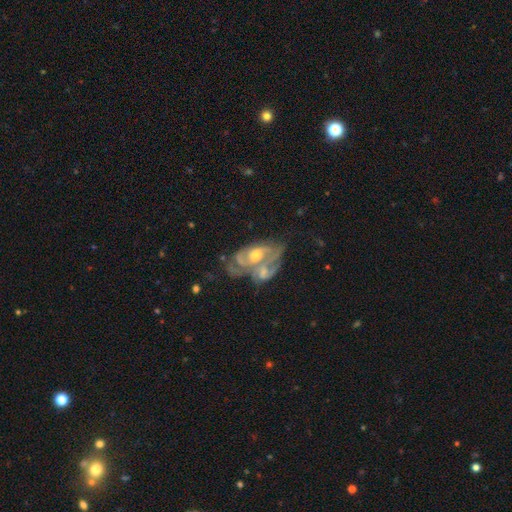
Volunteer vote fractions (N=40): Morphology: type=featured or disk (85%); edge-on=no (85%); bar=no (62%); spiral arms=yes (97%); winding=tight (68%); arm count=2 (75%); bulge=moderate (76%); merging=merger (72%).